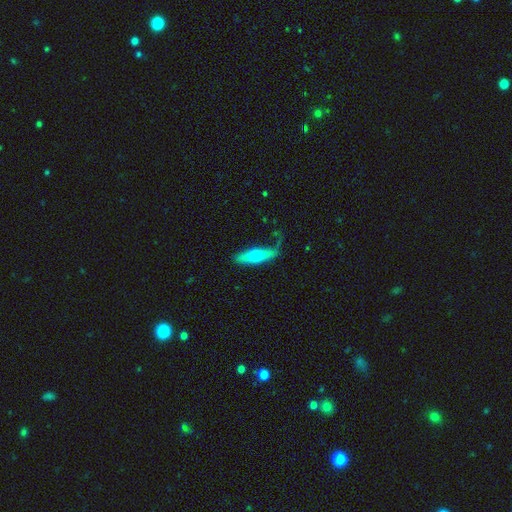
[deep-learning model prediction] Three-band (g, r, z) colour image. It shows a smooth galaxy with no disk features (52%) that is cigar-shaped (65%). Merging: none (66%).